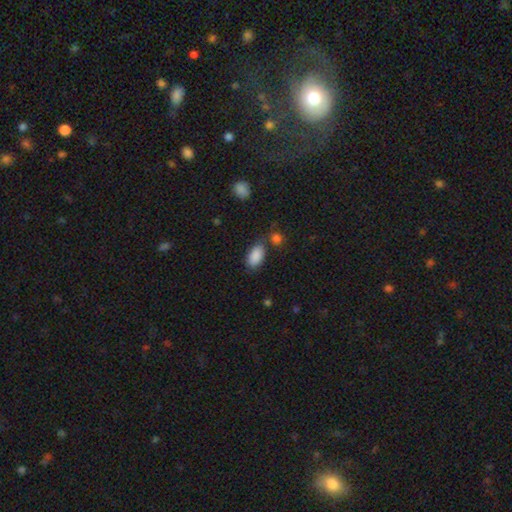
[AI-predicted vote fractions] Smooth or featured?
  - smooth: 89% *
  - star or artifact: 7%
  - featured or disk: 4%
How rounded?
  - in between: 94% *
  - round: 3%
  - cigar-shaped: 3%
Merging?
  - none: 71% *
  - minor disturbance: 16%
  - merger: 8%
  - major disturbance: 4%